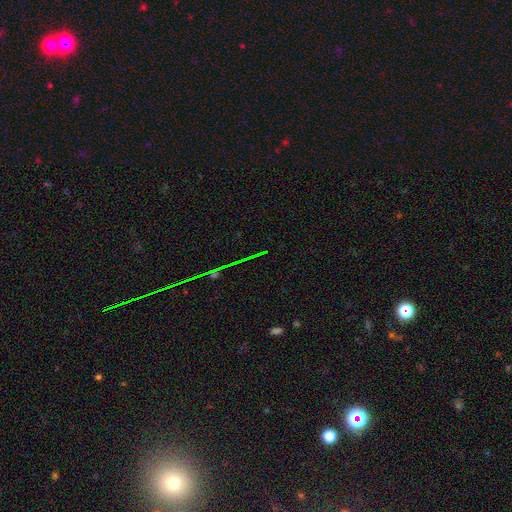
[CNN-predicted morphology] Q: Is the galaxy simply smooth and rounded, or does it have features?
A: star or artifact — 77%.